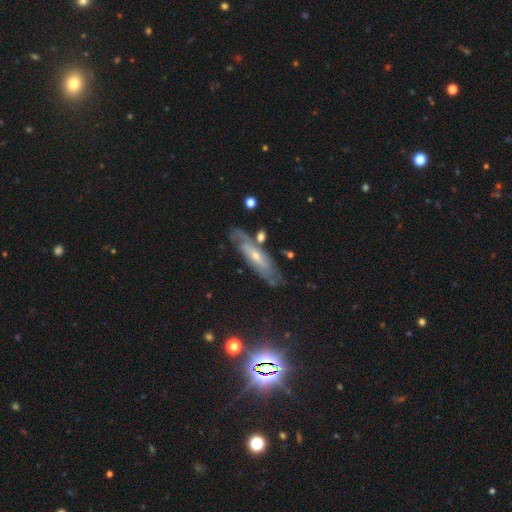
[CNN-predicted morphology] featured or disk 73%, smooth 20%, star or artifact 8%. Down the decision tree: edge-on disk — no (69%); merging — none (70%).